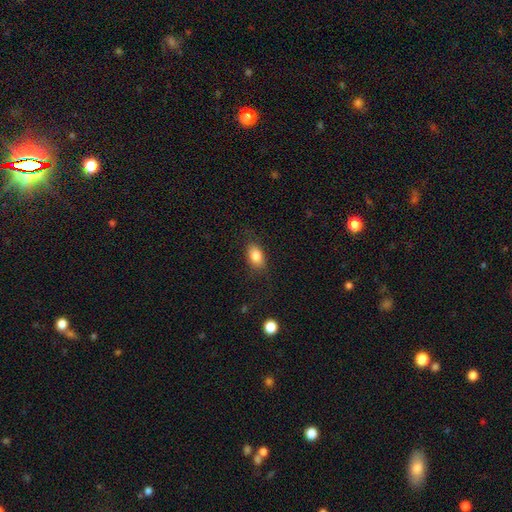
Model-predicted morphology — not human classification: This appears to be a smooth galaxy with no disk features (83%) that is in between round and cigar-shaped (85%). Merging: none (80%).